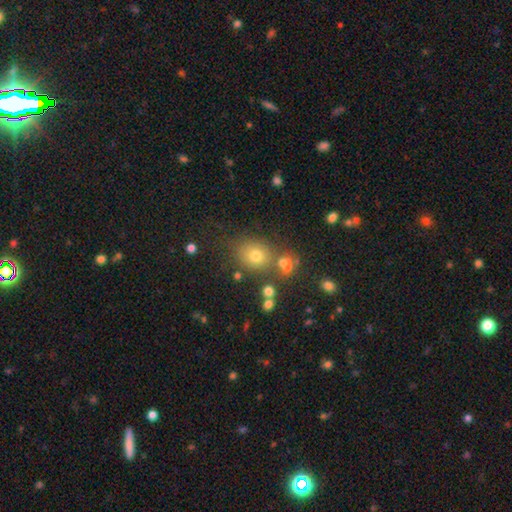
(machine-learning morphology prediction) Smooth or featured? Predicted: smooth (p=0.68). How rounded? Predicted: round (p=0.70). Merging? Predicted: none (p=0.71).